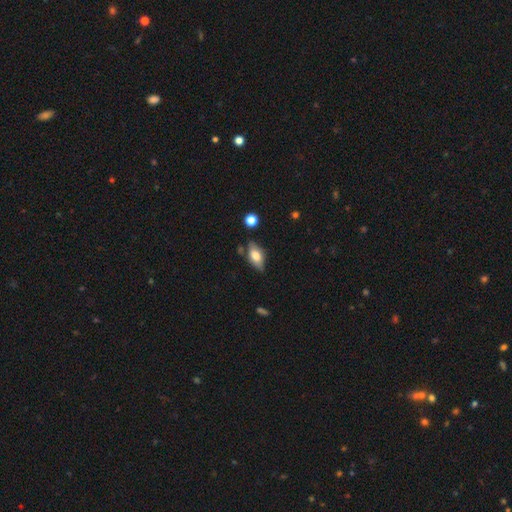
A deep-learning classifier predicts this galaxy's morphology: Smooth or featured? Predicted: smooth (p=0.60). How rounded? Predicted: in between (p=0.84). Merging? Predicted: none (p=0.73).